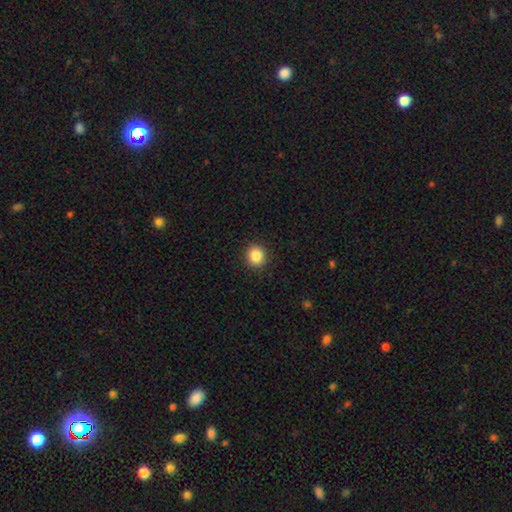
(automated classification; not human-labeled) This is clearly a smooth galaxy (86%). How rounded: likely round (79%). Merging: clearly none (91%).